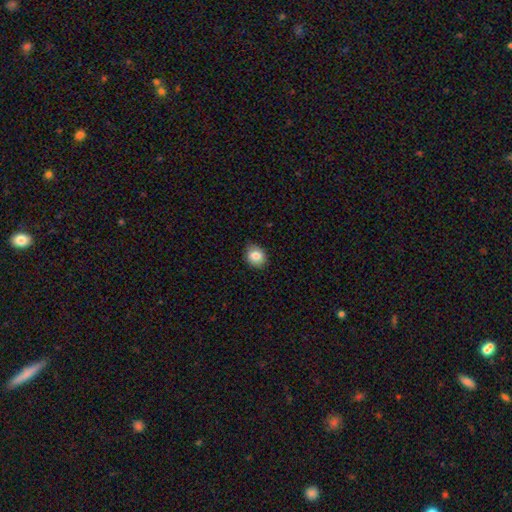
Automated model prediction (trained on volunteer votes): Morphology: type=smooth (83%); roundness=round (56%); merging=none (85%).